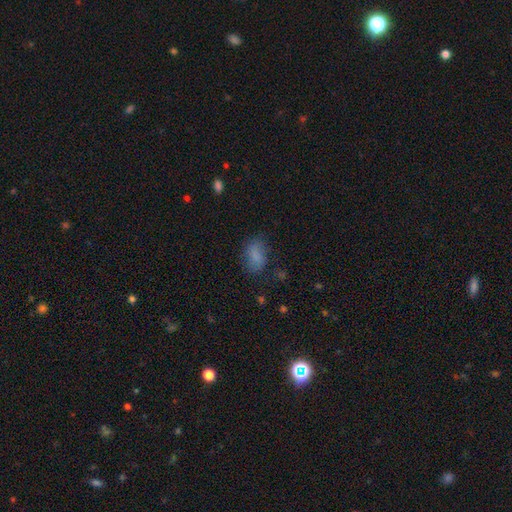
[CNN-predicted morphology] Overall: smooth (79%). How rounded: in between (86%). Merging: none (71%).